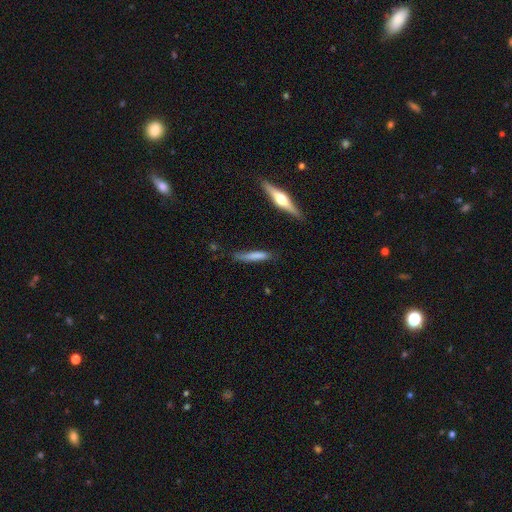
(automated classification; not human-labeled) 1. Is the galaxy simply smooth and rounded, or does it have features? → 70% smooth, 24% featured or disk, 6% star or artifact.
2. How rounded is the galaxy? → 90% cigar-shaped, 9% in between, 1% round.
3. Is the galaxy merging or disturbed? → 70% none, 23% minor disturbance, 4% major disturbance, 3% merger.